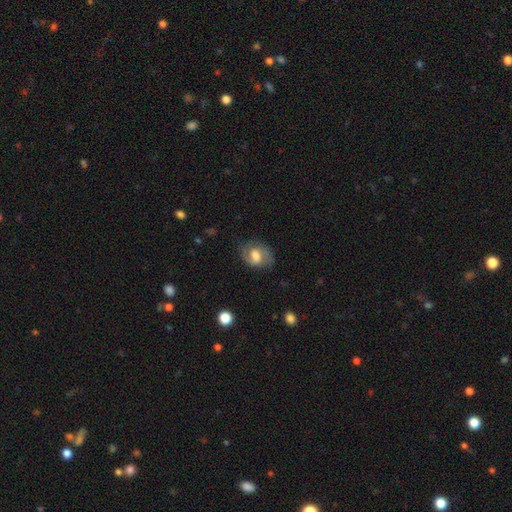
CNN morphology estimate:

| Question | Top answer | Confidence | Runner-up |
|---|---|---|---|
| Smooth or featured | featured or disk | 51% | smooth (41%) |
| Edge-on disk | no | 96% | yes (4%) |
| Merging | none | 70% | minor disturbance (20%) |